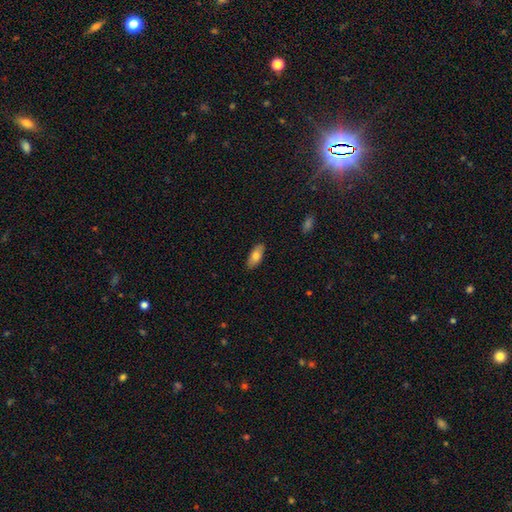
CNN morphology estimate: Q: Smooth or featured?
A: smooth (76%); runner-up: featured or disk (18%)
Q: How rounded?
A: in between (85%); runner-up: cigar-shaped (12%)
Q: Merging?
A: none (88%); runner-up: minor disturbance (10%)